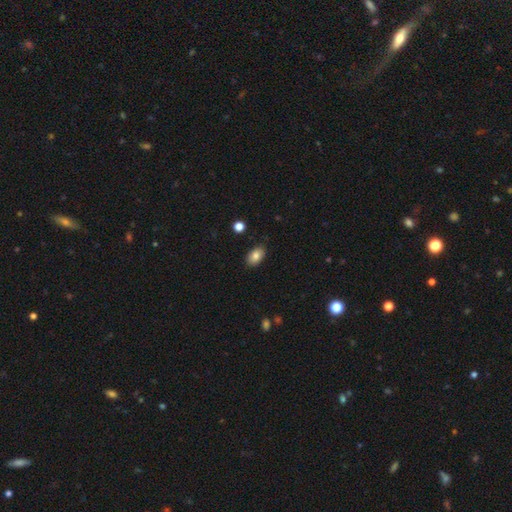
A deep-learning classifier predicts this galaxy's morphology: Overall: smooth (84%). How rounded: in between (89%). Merging: none (87%).